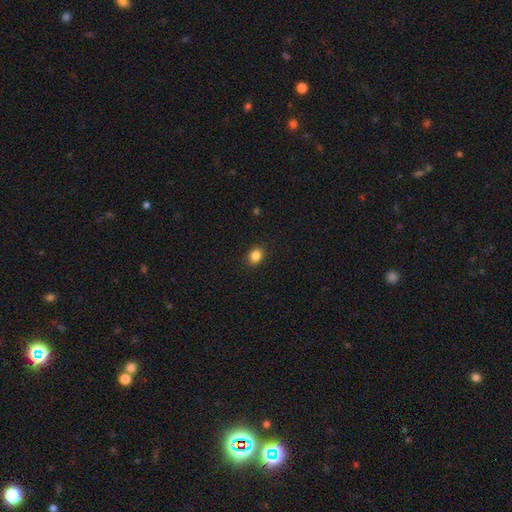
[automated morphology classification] Smooth or featured: smooth — 86% (star or artifact — 10%)
How rounded: round — 58% (in between — 41%)
Merging: none — 90% (minor disturbance — 7%)